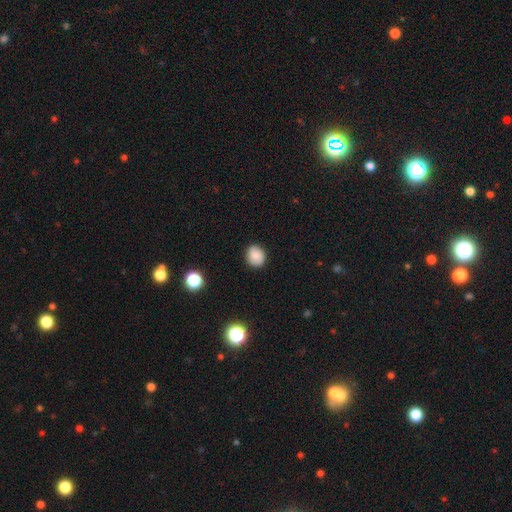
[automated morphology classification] smooth-or-featured: smooth: 83% | star or artifact: 10% | featured or disk: 7%
  how-rounded: round: 67% | in between: 32% | cigar-shaped: 1%
  merging: none: 85% | minor disturbance: 11% | major disturbance: 2% | merger: 1%